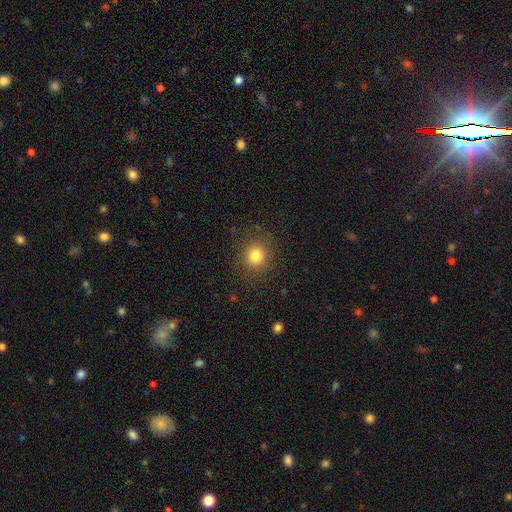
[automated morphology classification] smooth-or-featured: smooth: 81% | star or artifact: 13% | featured or disk: 6%
  how-rounded: round: 87% | in between: 12% | cigar-shaped: 1%
  merging: none: 88% | minor disturbance: 7% | major disturbance: 3% | merger: 1%